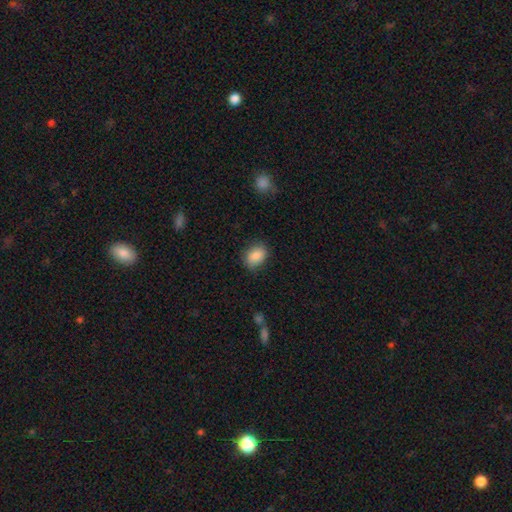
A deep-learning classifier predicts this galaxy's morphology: A smooth galaxy with no disk features (87%) that is in between round and cigar-shaped (71%). Merging: none (82%).